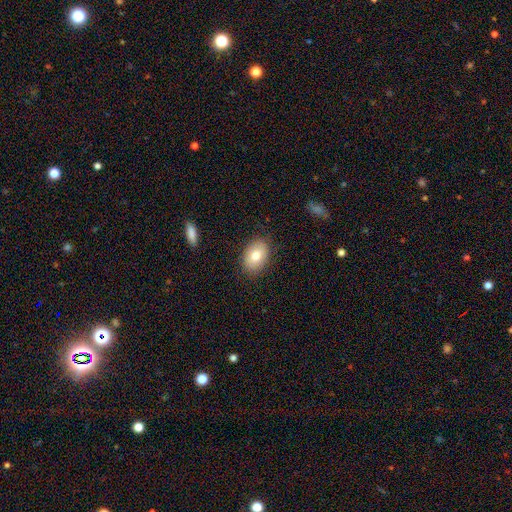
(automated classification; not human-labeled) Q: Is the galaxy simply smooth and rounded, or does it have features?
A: smooth — 78%.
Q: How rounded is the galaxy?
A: in between — 82%.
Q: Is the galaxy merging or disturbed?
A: none — 85%.